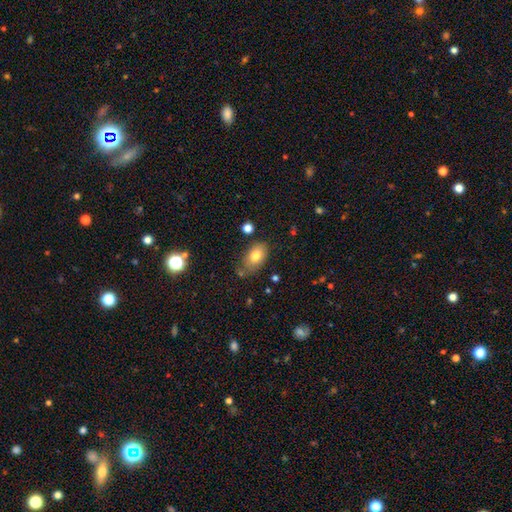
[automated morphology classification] This is likely a smooth galaxy (77%). How rounded: clearly in between (89%). Merging: likely none (66%).